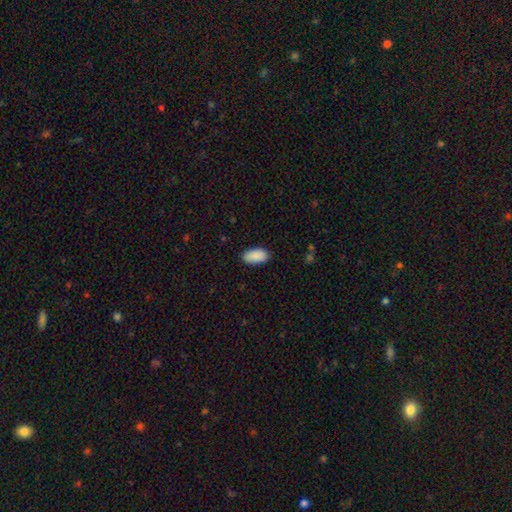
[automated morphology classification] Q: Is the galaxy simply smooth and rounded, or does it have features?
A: smooth — 90%.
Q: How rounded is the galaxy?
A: in between — 95%.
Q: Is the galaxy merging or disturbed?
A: none — 87%.